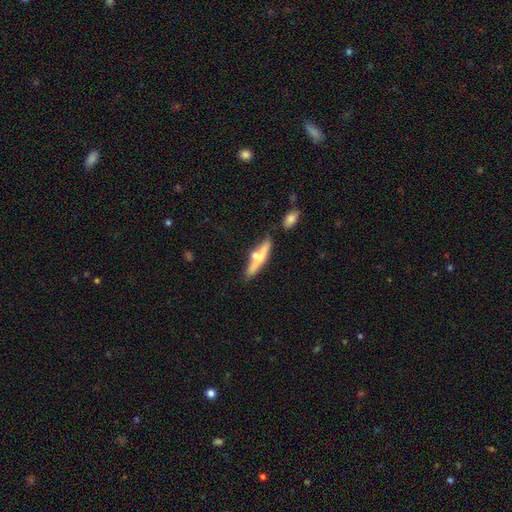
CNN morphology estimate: Overall: smooth (50%; featured or disk 43%). How rounded: cigar-shaped (81%). Merging: none (60%).